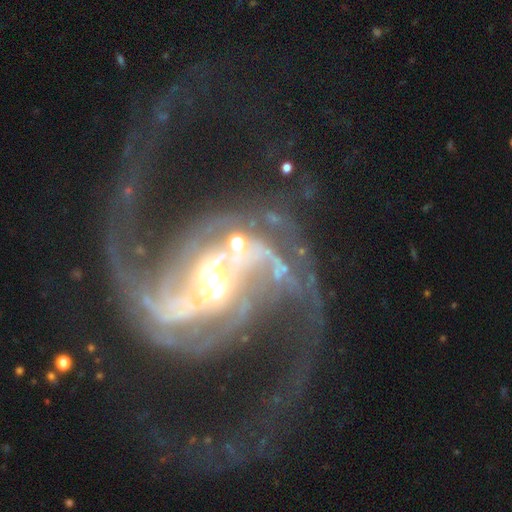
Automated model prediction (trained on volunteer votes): featured or disk 92%, star or artifact 6%, smooth 2%. Down the decision tree: edge-on disk — no (98%); bar — strong (45%); spiral arms — yes (98%); spiral arm count — 2 (50%); spiral winding — medium (47%); bulge size — moderate (53%); merging — none (43%).